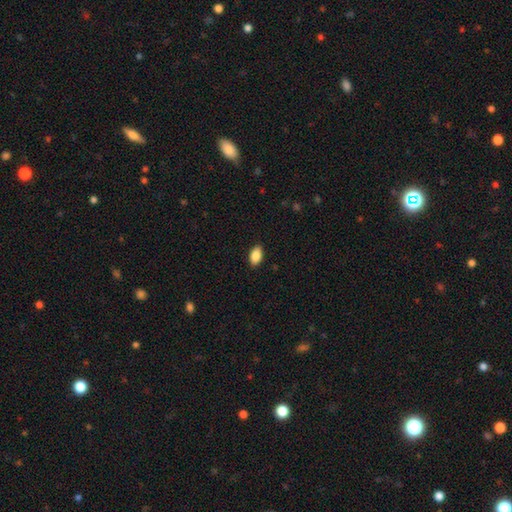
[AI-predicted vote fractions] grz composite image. It shows a smooth galaxy with no disk features (88%) that is in between round and cigar-shaped (93%). Merging: none (89%).